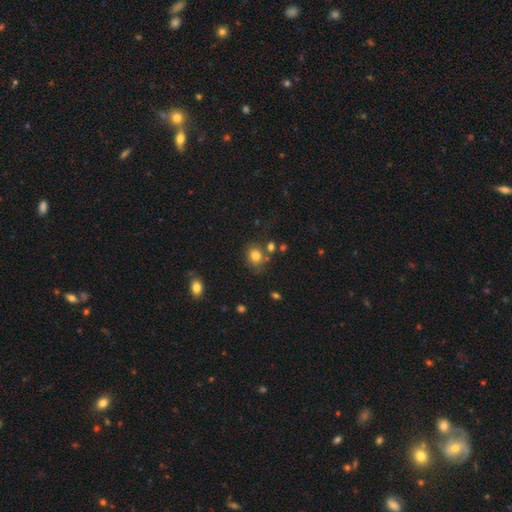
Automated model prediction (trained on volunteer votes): smooth-or-featured: smooth: 80% | star or artifact: 12% | featured or disk: 8%
  how-rounded: round: 66% | in between: 33% | cigar-shaped: 1%
  merging: none: 68% | minor disturbance: 15% | merger: 11% | major disturbance: 5%